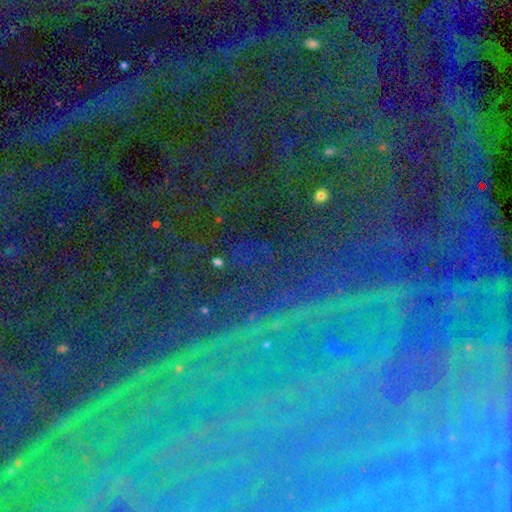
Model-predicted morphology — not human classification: Smooth or featured?
  - star or artifact: 82% *
  - featured or disk: 9%
  - smooth: 9%